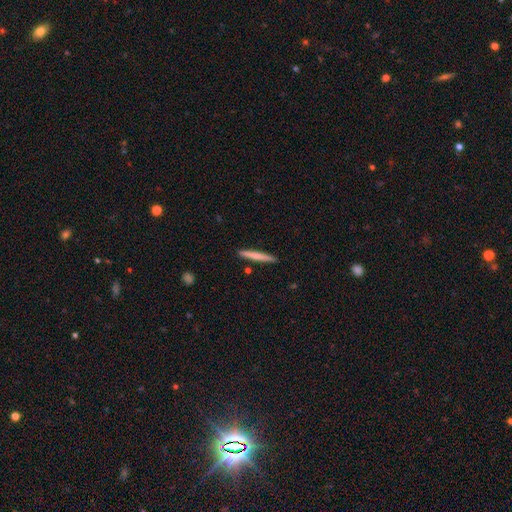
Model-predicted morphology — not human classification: smooth_or_featured: smooth (p=0.71) [alt: featured or disk p=0.23]
how_rounded: cigar-shaped (p=0.96) [alt: in between p=0.03]
merging: none (p=0.90) [alt: minor disturbance p=0.06]